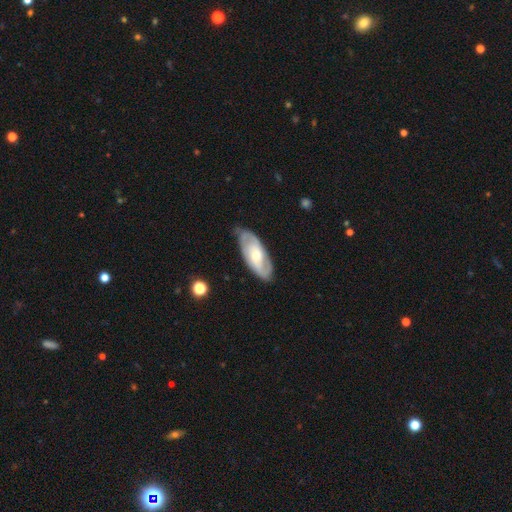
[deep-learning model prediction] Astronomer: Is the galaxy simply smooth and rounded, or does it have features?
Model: featured or disk — 68%.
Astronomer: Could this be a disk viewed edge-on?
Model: no — 90%.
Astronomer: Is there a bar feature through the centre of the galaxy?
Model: no — 59%.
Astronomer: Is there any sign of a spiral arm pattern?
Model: yes — 82%.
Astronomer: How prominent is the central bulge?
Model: moderate — 54% (runner-up: small, 40%).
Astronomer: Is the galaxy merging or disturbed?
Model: none — 75%.